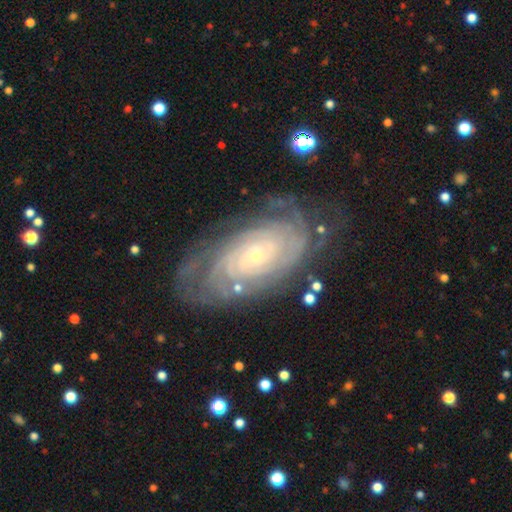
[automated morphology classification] type=featured or disk (86%); edge-on=no (95%); bar=no (75%); spiral arms=yes (96%); winding=tight (83%); arm count=can't tell (38%); bulge=small (80%); merging=none (73%).